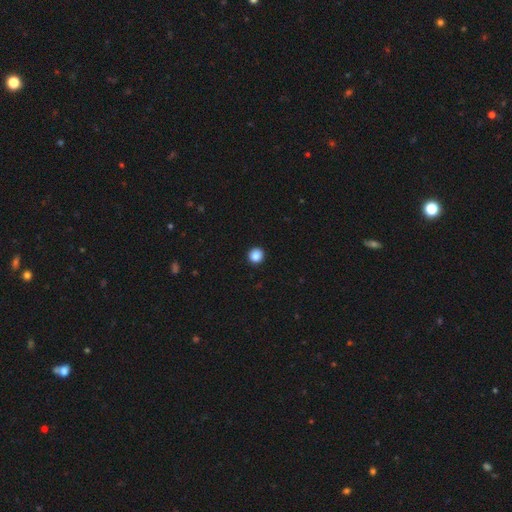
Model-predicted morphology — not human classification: This is clearly a smooth galaxy (87%). How rounded: clearly round (94%). Merging: clearly none (94%).